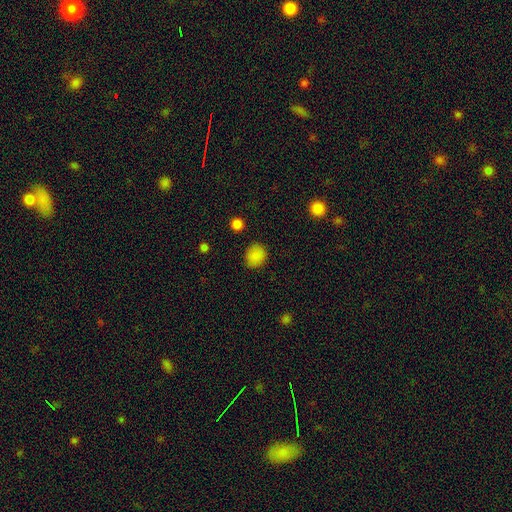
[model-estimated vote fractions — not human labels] Smooth or featured? Predicted: smooth (p=0.86). How rounded? Predicted: round (p=0.76). Merging? Predicted: none (p=0.87).